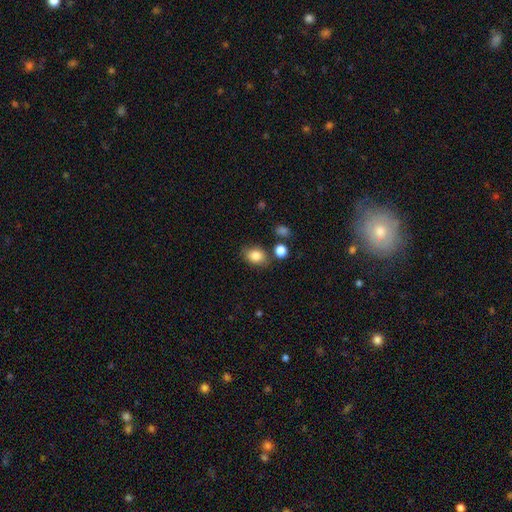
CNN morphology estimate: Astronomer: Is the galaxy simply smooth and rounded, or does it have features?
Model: smooth — 84%.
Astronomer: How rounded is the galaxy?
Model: in between — 65%.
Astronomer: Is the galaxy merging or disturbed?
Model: none — 76%.